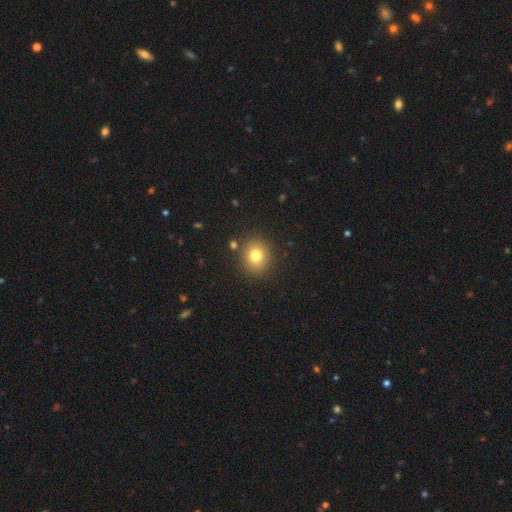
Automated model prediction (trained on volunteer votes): smooth-or-featured: smooth: 77% | star or artifact: 13% | featured or disk: 10%
  how-rounded: round: 78% | in between: 21% | cigar-shaped: 1%
  merging: none: 86% | minor disturbance: 8% | merger: 4% | major disturbance: 3%